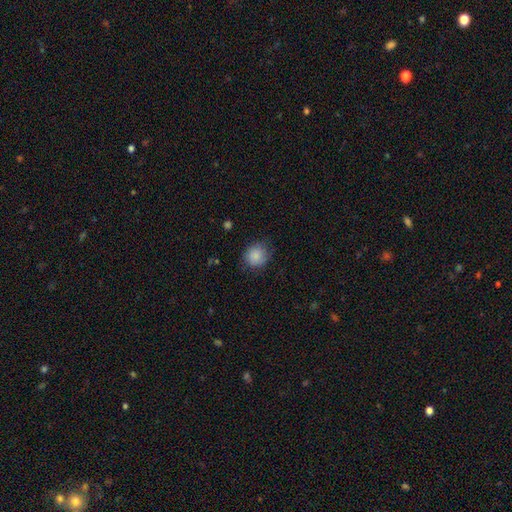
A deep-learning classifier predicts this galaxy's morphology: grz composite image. It shows a smooth galaxy with no disk features (86%) that is round (81%). Merging: none (75%).